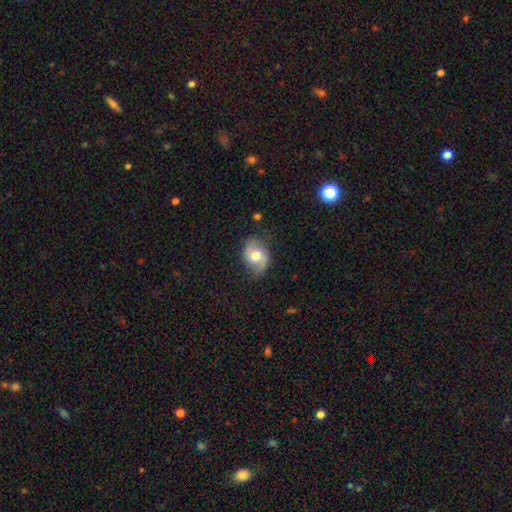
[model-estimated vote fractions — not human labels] This appears to be a featured or disk galaxy (54%) with no bar (53%), spiral arms (80%) and a moderate central bulge (67%). Merging: none (71%).